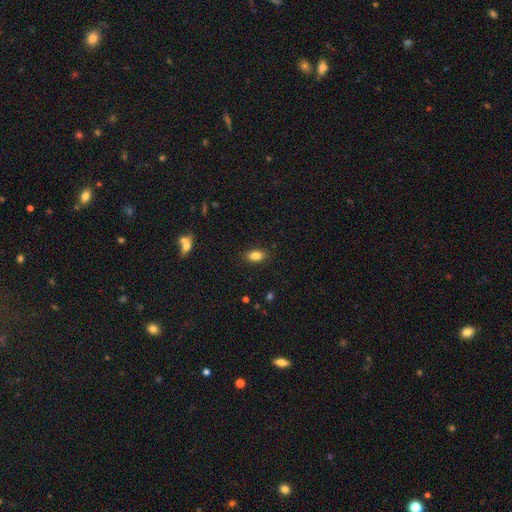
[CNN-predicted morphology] A smooth galaxy with no disk features (83%) that is in between round and cigar-shaped (86%). Merging: none (87%).